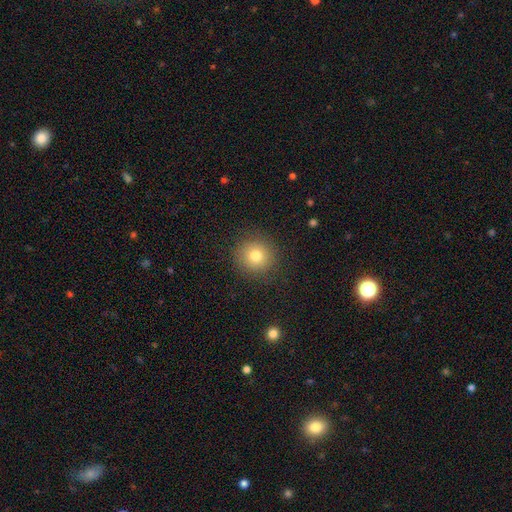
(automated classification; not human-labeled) This is likely a smooth galaxy (77%). How rounded: clearly round (93%). Merging: clearly none (88%).